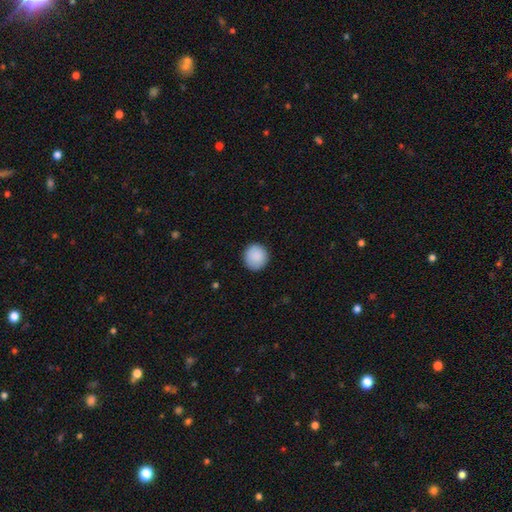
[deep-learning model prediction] Smooth or featured? smooth (90%)
How rounded? round (92%)
Merging? none (90%)